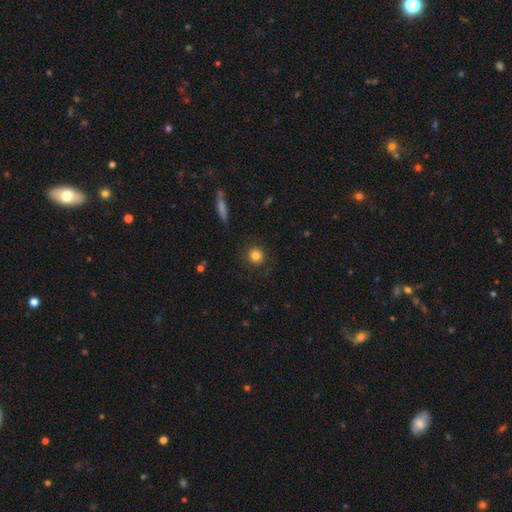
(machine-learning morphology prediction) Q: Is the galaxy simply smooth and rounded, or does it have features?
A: smooth — 82%.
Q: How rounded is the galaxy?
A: round — 91%.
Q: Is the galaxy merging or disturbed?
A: none — 87%.